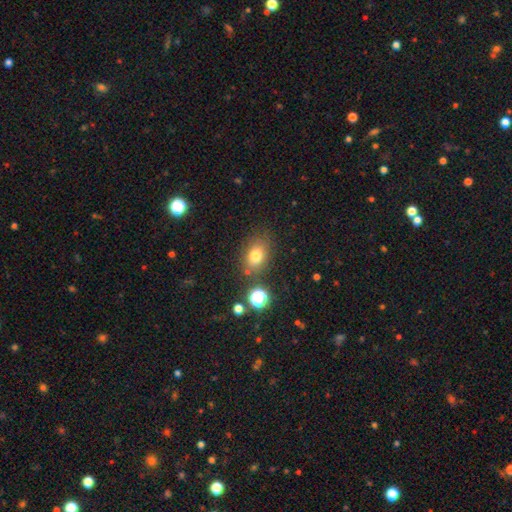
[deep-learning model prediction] Q: Smooth or featured?
A: smooth (75%); runner-up: star or artifact (15%)
Q: How rounded?
A: in between (63%); runner-up: round (36%)
Q: Merging?
A: none (76%); runner-up: minor disturbance (13%)